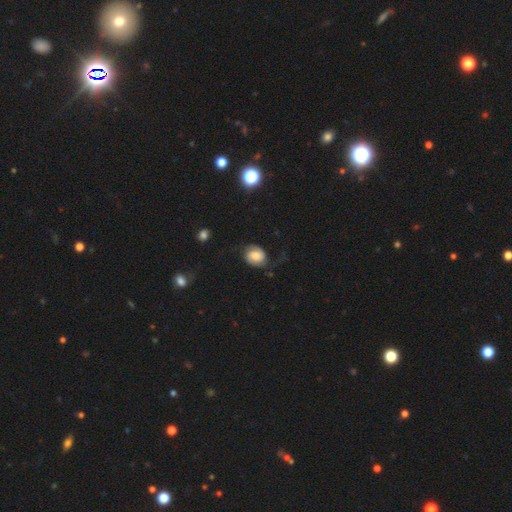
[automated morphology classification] A featured or disk galaxy (54%) with no bar (53%), spiral arms (90%) and a moderate central bulge (49%).

Vote fractions:
- Smooth or featured? featured or disk: 54% / smooth: 37% / star or artifact: 9%
- Edge-on disk? no: 97% / yes: 3%
- Bar? no: 53% / weak: 38% / strong: 10%
- Spiral arms? yes: 90% / no: 10%
- Bulge size? moderate: 49% / large: 22% / small: 18% / none: 7% / dominant: 4%
- Merging? none: 67% / minor disturbance: 20% / major disturbance: 11% / merger: 2%